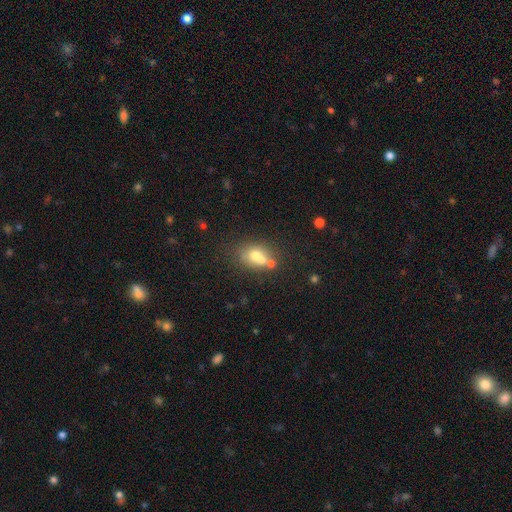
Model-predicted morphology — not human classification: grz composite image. It shows a smooth galaxy with no disk features (63%) that is in between round and cigar-shaped (52%). Merging: none (44%).